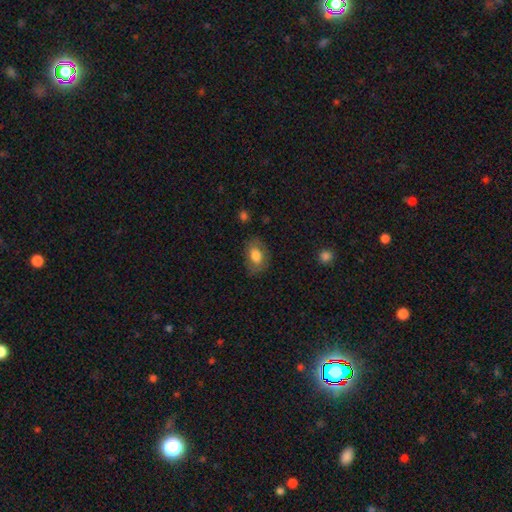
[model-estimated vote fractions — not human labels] Q: Smooth or featured?
A: smooth (75%); runner-up: featured or disk (18%)
Q: How rounded?
A: in between (83%); runner-up: round (16%)
Q: Merging?
A: none (77%); runner-up: minor disturbance (16%)